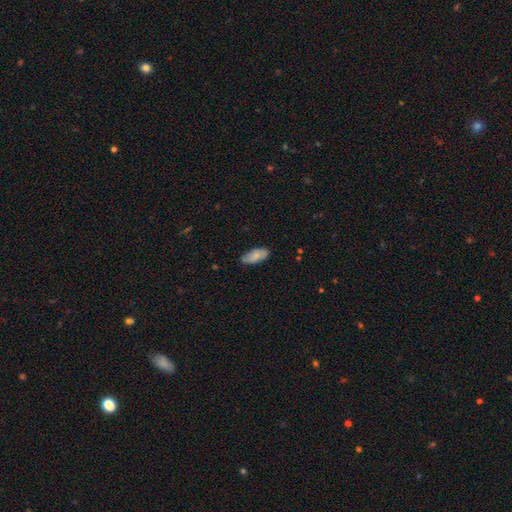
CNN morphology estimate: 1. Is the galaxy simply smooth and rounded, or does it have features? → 76% smooth, 18% featured or disk, 6% star or artifact.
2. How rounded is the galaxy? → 89% in between, 9% cigar-shaped, 2% round.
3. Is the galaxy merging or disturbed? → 74% none, 21% minor disturbance, 3% major disturbance, 2% merger.